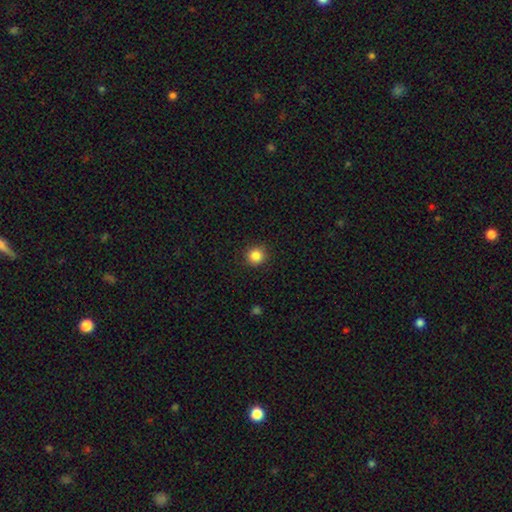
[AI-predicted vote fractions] Smooth or featured? Predicted: smooth (p=0.85). How rounded? Predicted: round (p=0.94). Merging? Predicted: none (p=0.91).